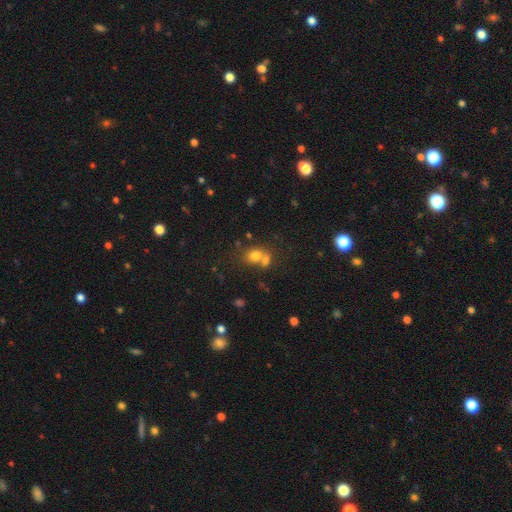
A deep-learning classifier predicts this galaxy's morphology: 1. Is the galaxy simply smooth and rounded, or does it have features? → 74% smooth, 13% featured or disk, 13% star or artifact.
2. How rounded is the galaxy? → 52% round, 47% in between, 1% cigar-shaped.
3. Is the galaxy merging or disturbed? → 51% merger, 36% none, 9% minor disturbance, 5% major disturbance.